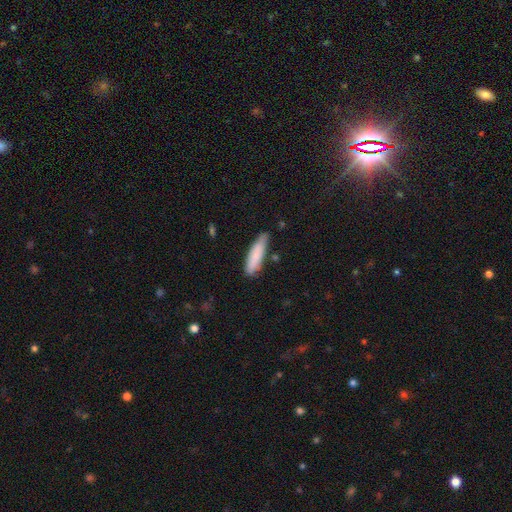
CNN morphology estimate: A smooth galaxy with no disk features (83%) that is cigar-shaped (69%).

Vote fractions:
- Smooth or featured? smooth: 83% / featured or disk: 11% / star or artifact: 6%
- How rounded? cigar-shaped: 69% / in between: 30% / round: 1%
- Merging? none: 73% / minor disturbance: 21% / major disturbance: 3% / merger: 3%